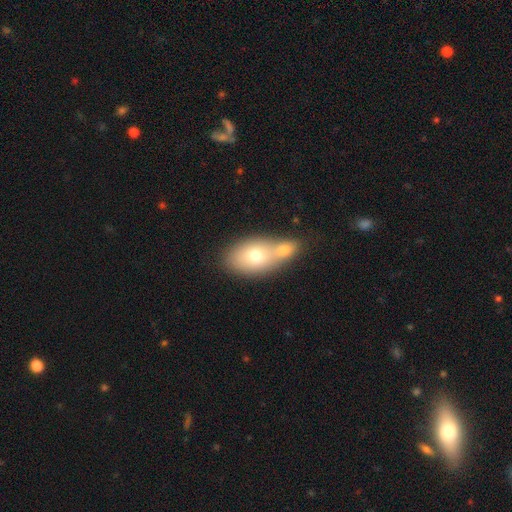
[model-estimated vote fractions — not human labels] Smooth or featured: smooth — 67% (featured or disk — 24%)
How rounded: in between — 80% (round — 18%)
Merging: merger — 59% (none — 29%)